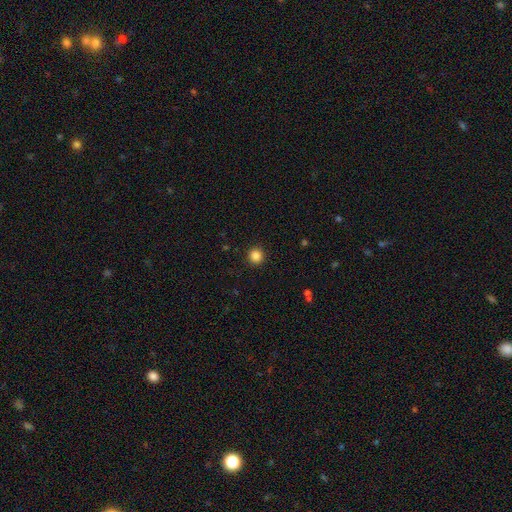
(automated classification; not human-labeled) This appears to be a smooth galaxy with no disk features (86%) that is round (94%). Merging: none (93%).